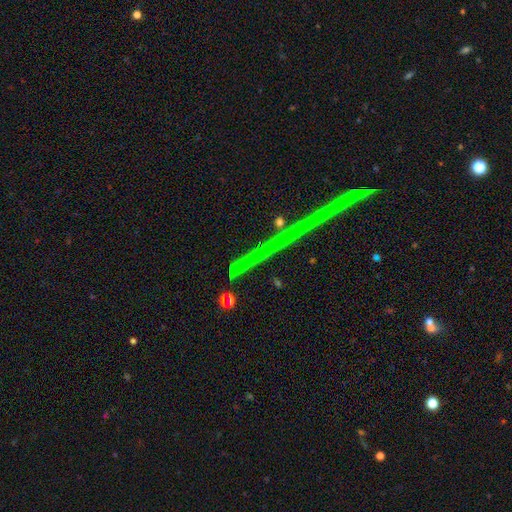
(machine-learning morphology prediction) A star or artifact, not a galaxy (74%).

Vote fractions:
- Smooth or featured? star or artifact: 74% / featured or disk: 16% / smooth: 10%